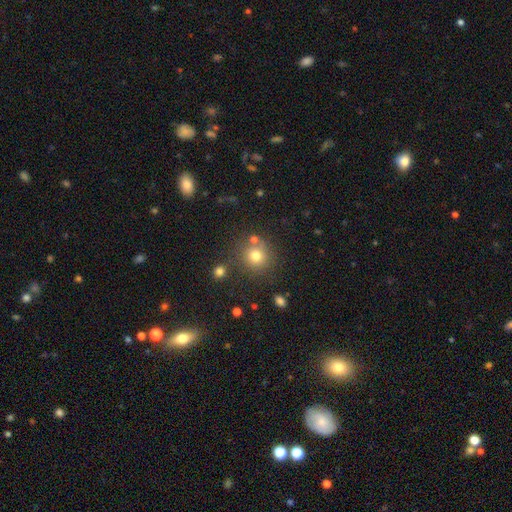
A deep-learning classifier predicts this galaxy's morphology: type=smooth (76%); roundness=round (90%); merging=none (75%).